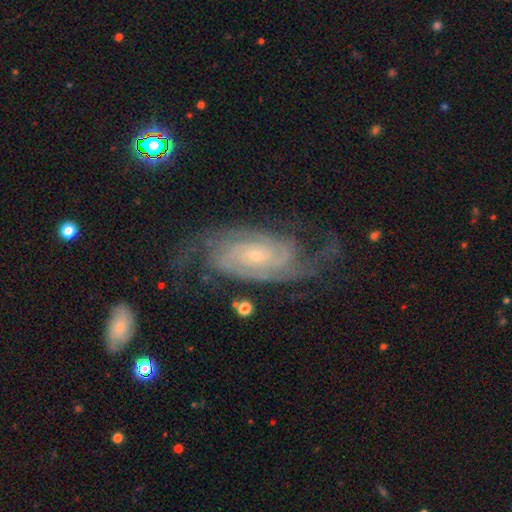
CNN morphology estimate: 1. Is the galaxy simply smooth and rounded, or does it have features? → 90% featured or disk, 5% star or artifact, 5% smooth.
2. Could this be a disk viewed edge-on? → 96% no, 4% yes.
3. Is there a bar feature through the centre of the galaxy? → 63% no, 28% weak, 9% strong.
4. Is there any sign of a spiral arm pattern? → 98% yes, 2% no.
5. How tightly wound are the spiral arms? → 66% tight, 28% medium, 6% loose.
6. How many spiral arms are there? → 47% 2, 17% can't tell, 17% 3, 9% 4, 5% more than 4, 5% 1.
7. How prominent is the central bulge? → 77% small, 19% moderate, 2% none, 1% large, 1% dominant.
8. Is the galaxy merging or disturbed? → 69% none, 18% minor disturbance, 11% major disturbance, 2% merger.